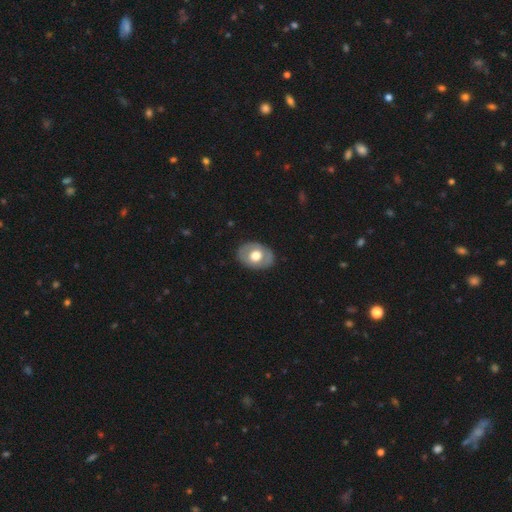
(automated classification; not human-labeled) A smooth galaxy with no disk features (54%) that is in between round and cigar-shaped (72%). Merging: none (84%).